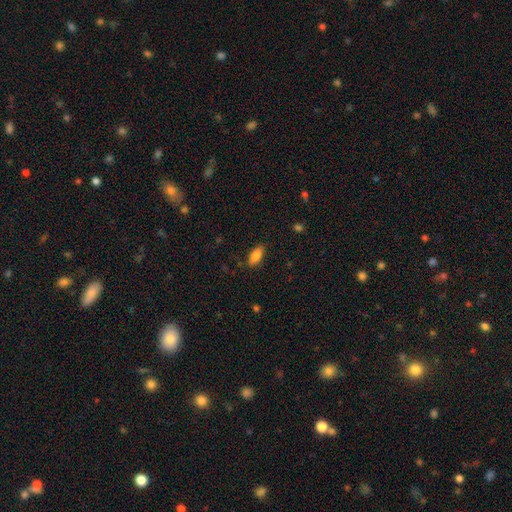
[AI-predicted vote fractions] Q: Smooth or featured?
A: smooth (85%); runner-up: star or artifact (8%)
Q: How rounded?
A: in between (84%); runner-up: cigar-shaped (14%)
Q: Merging?
A: none (82%); runner-up: minor disturbance (13%)